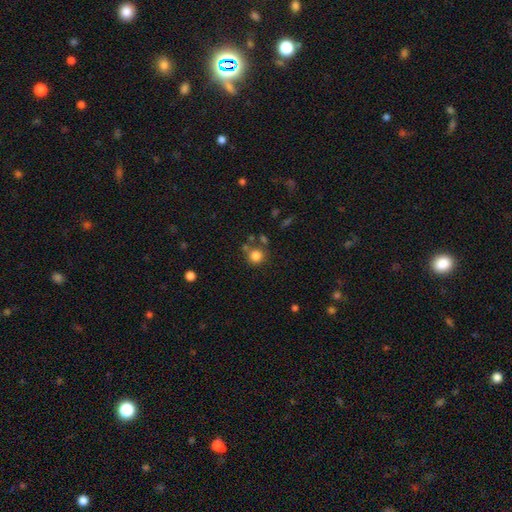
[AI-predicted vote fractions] Smooth or featured: smooth — 82% (star or artifact — 12%)
How rounded: round — 91% (in between — 8%)
Merging: none — 71% (merger — 14%)